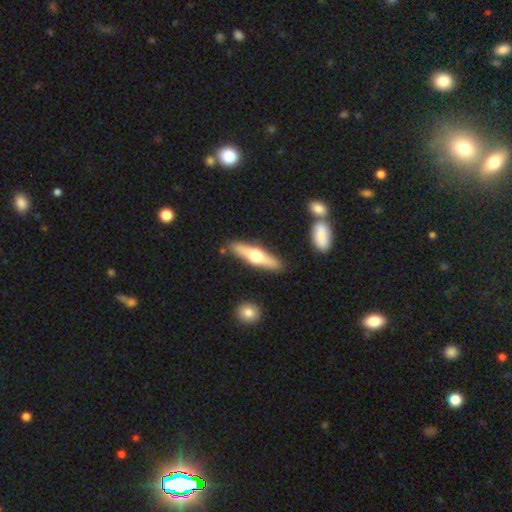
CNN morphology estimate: Q: Smooth or featured?
A: featured or disk (56%); runner-up: smooth (39%)
Q: Edge-on disk?
A: yes (92%); runner-up: no (8%)
Q: Edge-on bulge?
A: rounded (94%); runner-up: boxy (3%)
Q: Merging?
A: none (86%); runner-up: minor disturbance (9%)